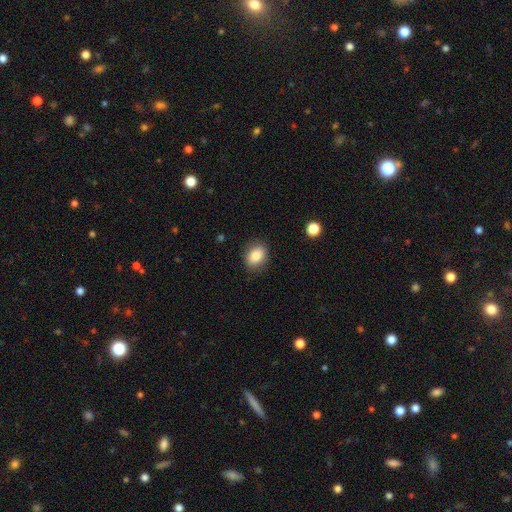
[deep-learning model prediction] Smooth or featured: smooth — 81% (featured or disk — 10%)
How rounded: in between — 52% (round — 47%)
Merging: none — 85% (minor disturbance — 11%)